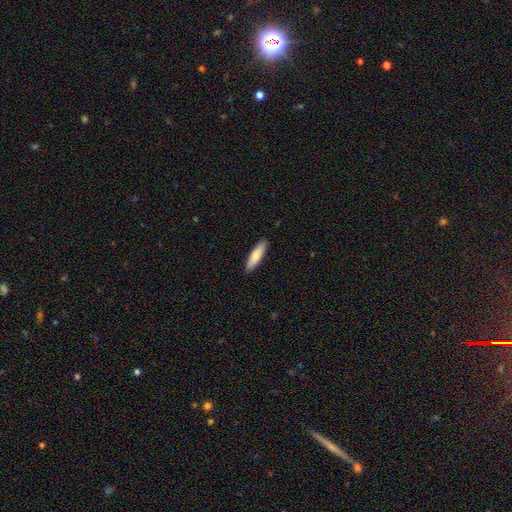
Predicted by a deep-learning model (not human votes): A smooth galaxy with no disk features (79%) that is cigar-shaped (67%). Merging: none (90%).